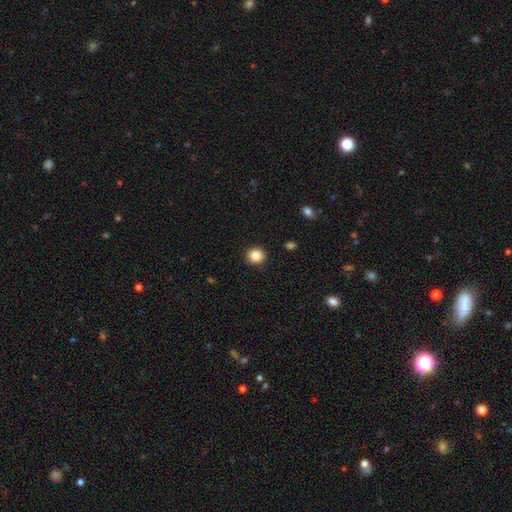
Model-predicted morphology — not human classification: type=smooth (85%); roundness=round (86%); merging=none (91%).